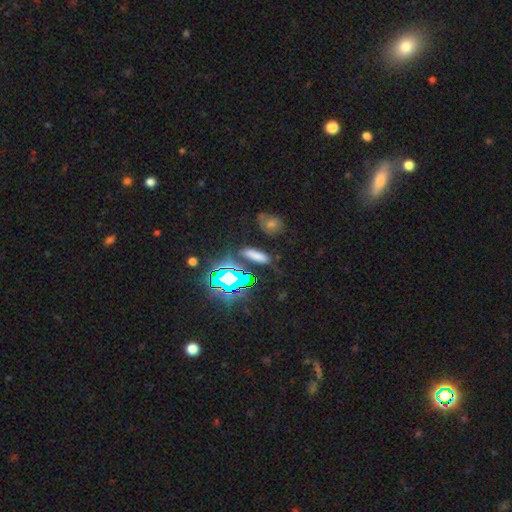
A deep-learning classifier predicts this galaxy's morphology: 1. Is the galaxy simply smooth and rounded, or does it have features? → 53% smooth, 34% star or artifact, 12% featured or disk.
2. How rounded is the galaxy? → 52% in between, 39% cigar-shaped, 8% round.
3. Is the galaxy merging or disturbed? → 72% none, 16% minor disturbance, 7% major disturbance, 6% merger.